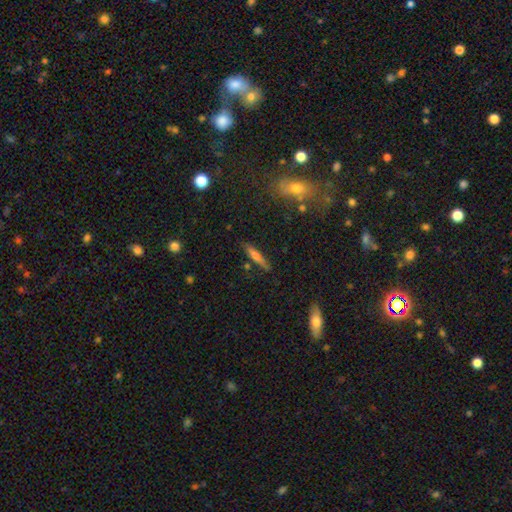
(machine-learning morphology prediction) smooth_or_featured: smooth (p=0.60) [alt: featured or disk p=0.32]
how_rounded: cigar-shaped (p=0.87) [alt: in between p=0.11]
merging: none (p=0.82) [alt: minor disturbance p=0.12]